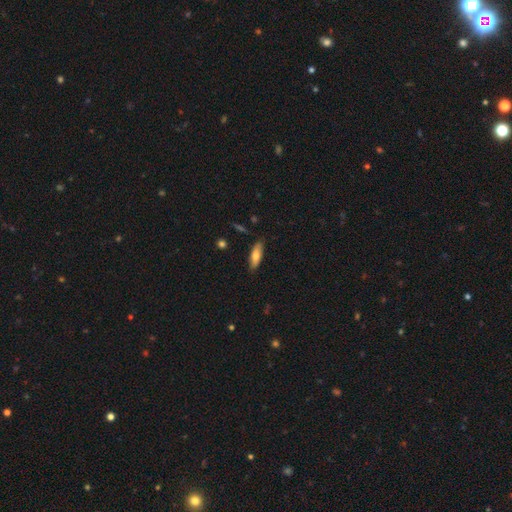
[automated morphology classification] A smooth galaxy with no disk features (72%) that is in between round and cigar-shaped (55%). Merging: none (83%).